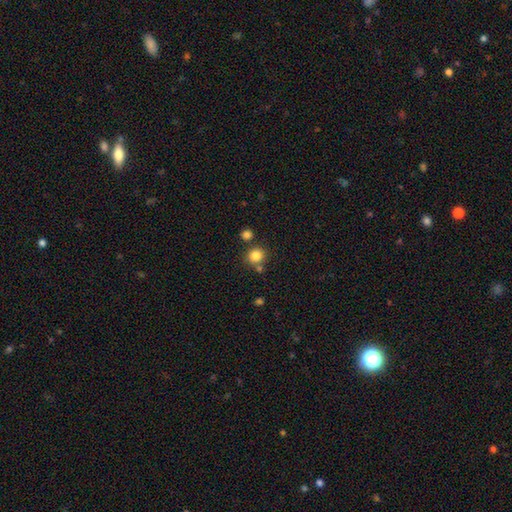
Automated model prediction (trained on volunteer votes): Morphology: type=smooth (83%); roundness=round (86%); merging=none (74%).